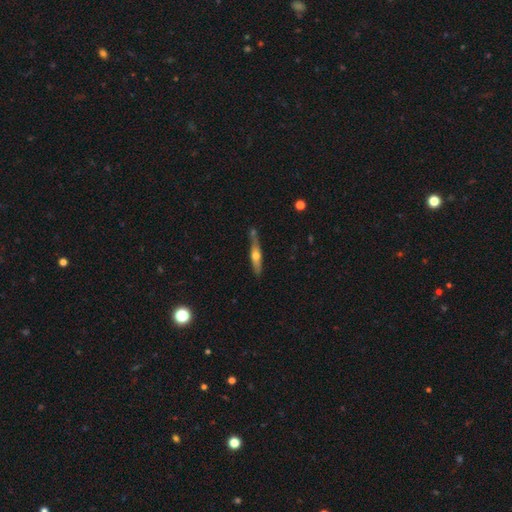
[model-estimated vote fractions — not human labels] This is possibly a featured or disk galaxy (53%). It is clearly viewed edge-on (90%). Merging: likely none (67%).